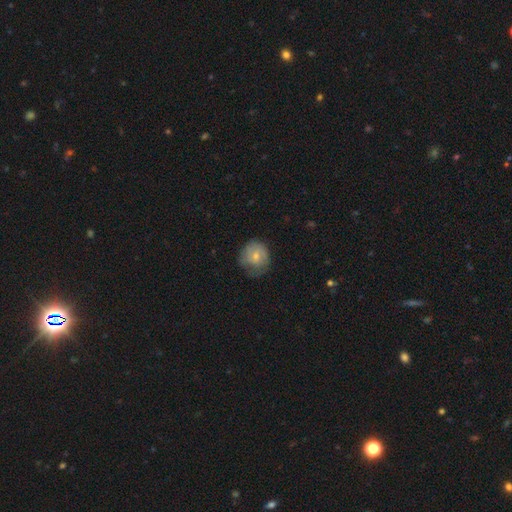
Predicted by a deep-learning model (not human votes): smooth-or-featured: smooth: 63% | featured or disk: 30% | star or artifact: 7%
  how-rounded: round: 79% | in between: 21% | cigar-shaped: 1%
  merging: none: 51% | minor disturbance: 32% | major disturbance: 15% | merger: 1%